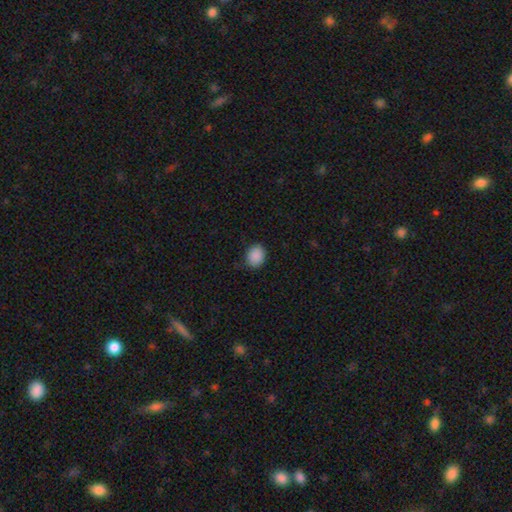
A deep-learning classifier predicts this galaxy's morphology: smooth-or-featured: smooth: 89% | star or artifact: 8% | featured or disk: 3%
  how-rounded: round: 57% | in between: 43% | cigar-shaped: 1%
  merging: none: 85% | minor disturbance: 12% | major disturbance: 2% | merger: 1%